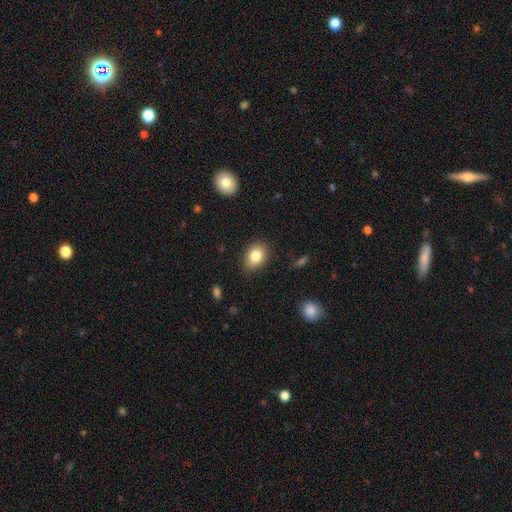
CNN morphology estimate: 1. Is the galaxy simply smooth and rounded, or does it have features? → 83% smooth, 9% star or artifact, 8% featured or disk.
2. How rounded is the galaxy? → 67% in between, 32% round, 1% cigar-shaped.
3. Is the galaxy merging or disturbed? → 83% none, 13% minor disturbance, 3% major disturbance, 1% merger.